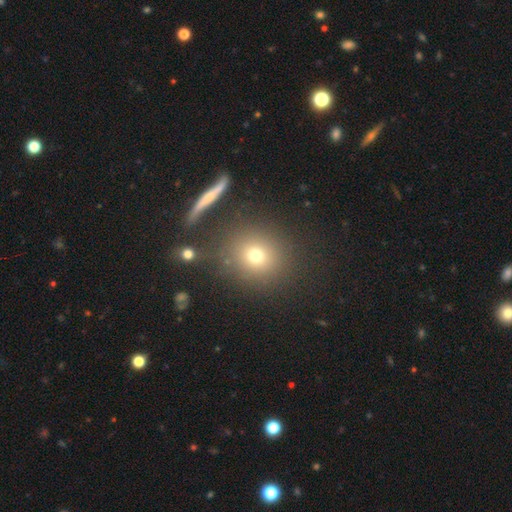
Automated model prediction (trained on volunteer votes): Smooth or featured? smooth (72%)
How rounded? round (87%)
Merging? none (81%)